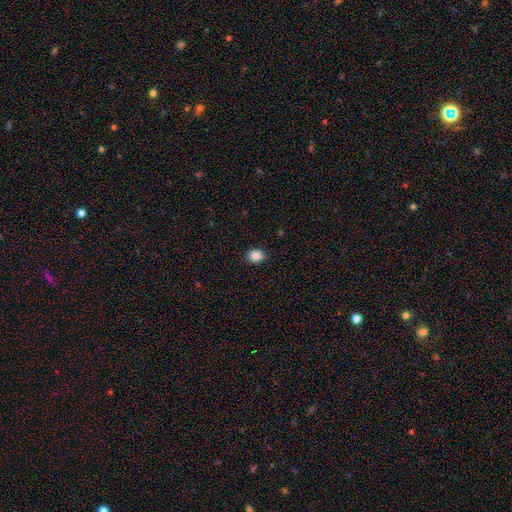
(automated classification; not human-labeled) Smooth or featured: smooth — 88% (star or artifact — 9%)
How rounded: in between — 55% (round — 44%)
Merging: none — 88% (minor disturbance — 9%)